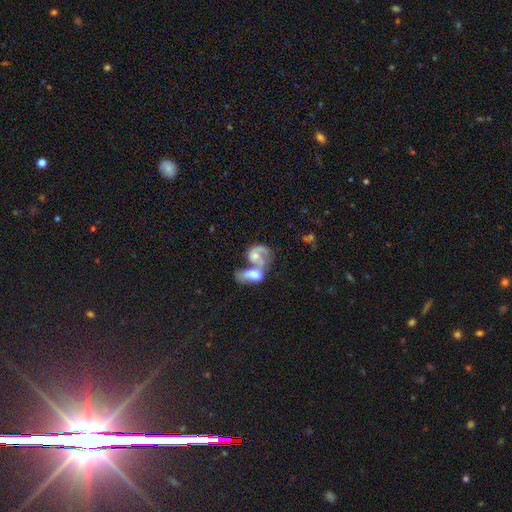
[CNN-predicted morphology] featured or disk 58%, smooth 34%, star or artifact 8%. Down the decision tree: edge-on disk — no (96%); bar — no (67%); spiral arms — yes (74%); bulge size — moderate (45%); merging — merger (80%).